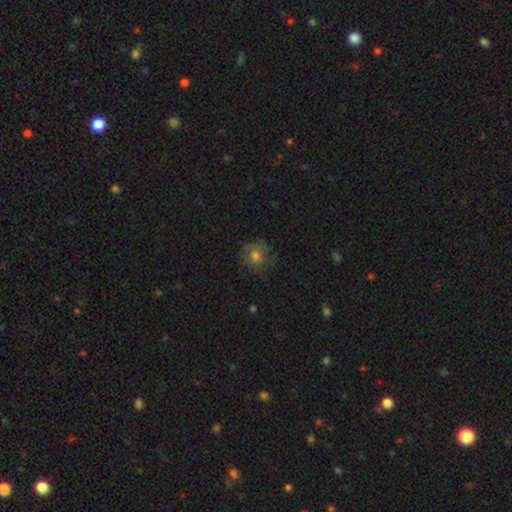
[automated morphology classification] This is likely a smooth galaxy (64%). How rounded: clearly round (86%). Merging: likely none (69%).